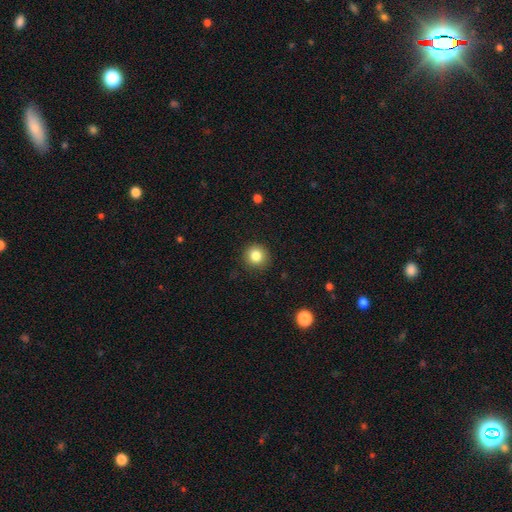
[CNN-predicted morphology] A smooth galaxy with no disk features (84%) that is round (92%).

Vote fractions:
- Smooth or featured? smooth: 84% / star or artifact: 10% / featured or disk: 6%
- How rounded? round: 92% / in between: 7% / cigar-shaped: 1%
- Merging? none: 90% / minor disturbance: 7% / major disturbance: 2% / merger: 1%